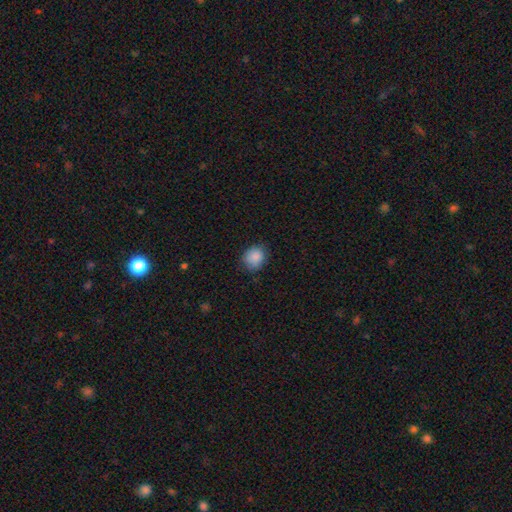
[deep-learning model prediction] A smooth galaxy with no disk features (88%) that is round (73%). Merging: none (80%).